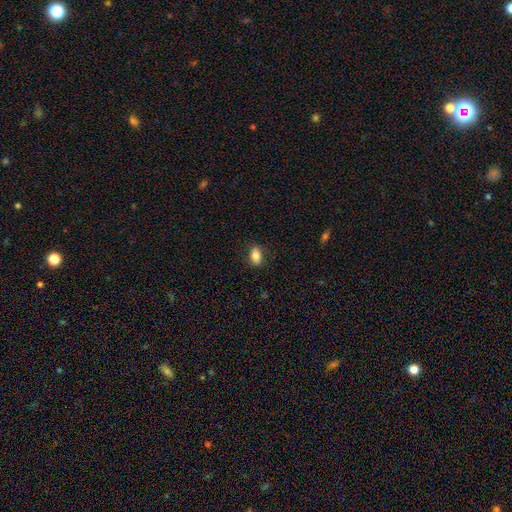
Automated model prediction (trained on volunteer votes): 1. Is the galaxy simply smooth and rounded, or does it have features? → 82% smooth, 10% featured or disk, 8% star or artifact.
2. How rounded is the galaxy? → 86% in between, 11% round, 3% cigar-shaped.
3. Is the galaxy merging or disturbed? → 84% none, 12% minor disturbance, 3% major disturbance, 1% merger.